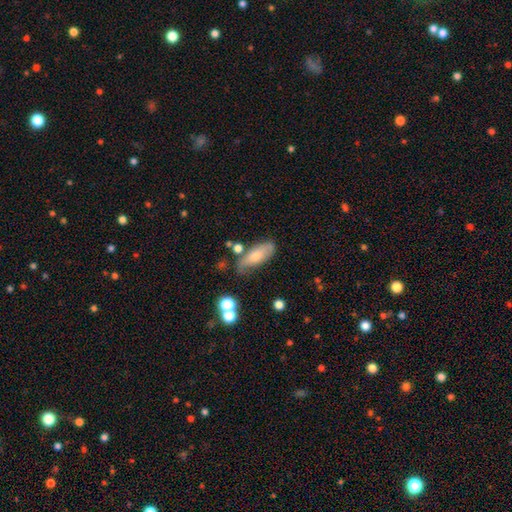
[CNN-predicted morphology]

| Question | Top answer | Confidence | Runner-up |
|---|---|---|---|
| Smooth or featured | smooth | 65% | featured or disk (27%) |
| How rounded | in between | 74% | cigar-shaped (23%) |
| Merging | none | 59% | minor disturbance (24%) |